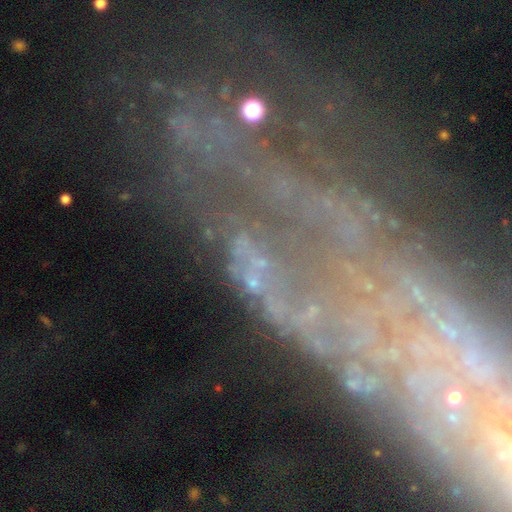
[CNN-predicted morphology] A featured or disk galaxy (47%).

Vote fractions:
- Smooth or featured? featured or disk: 47% / star or artifact: 39% / smooth: 13%
- Merging? none: 55% / major disturbance: 20% / minor disturbance: 17% / merger: 7%